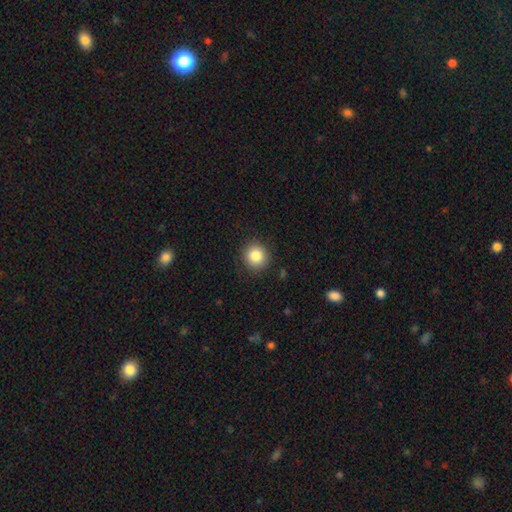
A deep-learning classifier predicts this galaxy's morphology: Smooth or featured: smooth — 84% (star or artifact — 10%)
How rounded: round — 89% (in between — 10%)
Merging: none — 89% (minor disturbance — 7%)